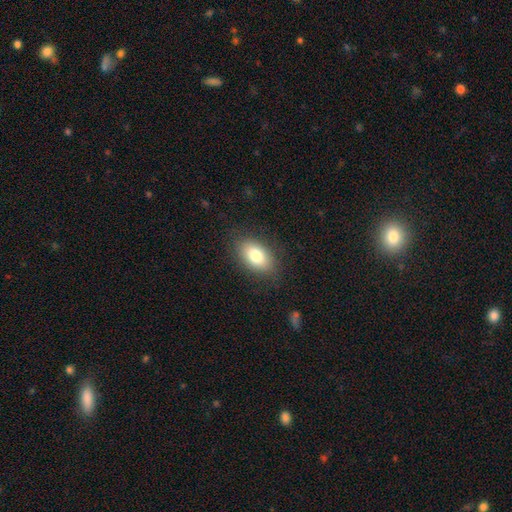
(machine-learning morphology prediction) Q: Smooth or featured?
A: smooth (80%); runner-up: featured or disk (12%)
Q: How rounded?
A: in between (90%); runner-up: round (8%)
Q: Merging?
A: none (84%); runner-up: minor disturbance (11%)